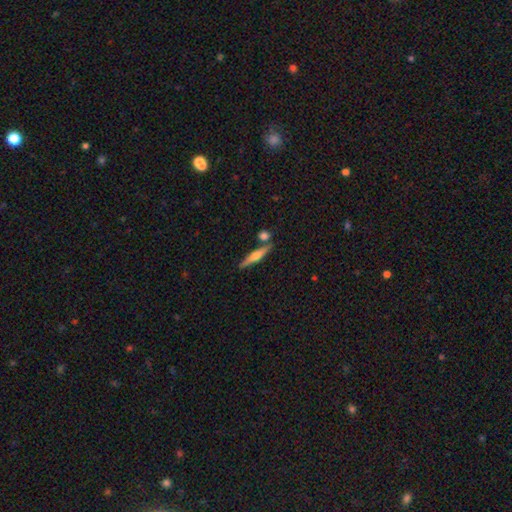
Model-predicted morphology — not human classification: A featured or disk galaxy (56%) viewed edge-on (96%) with a rounded central bulge (86%). Merging: none (79%).